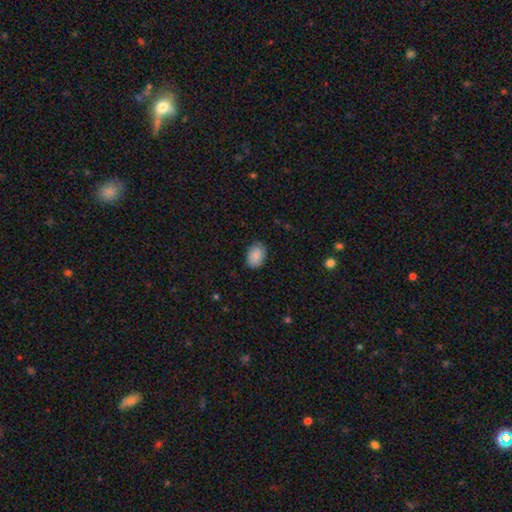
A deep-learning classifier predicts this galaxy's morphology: smooth-or-featured: smooth: 88% | star or artifact: 7% | featured or disk: 6%
  how-rounded: in between: 82% | round: 17% | cigar-shaped: 1%
  merging: none: 83% | minor disturbance: 14% | major disturbance: 3% | merger: 1%